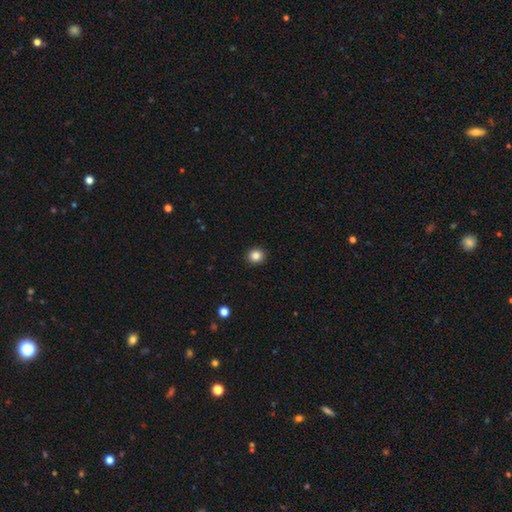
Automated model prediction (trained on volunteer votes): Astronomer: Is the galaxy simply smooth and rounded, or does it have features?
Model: smooth — 85%.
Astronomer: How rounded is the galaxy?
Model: round — 89%.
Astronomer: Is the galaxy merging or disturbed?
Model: none — 93%.